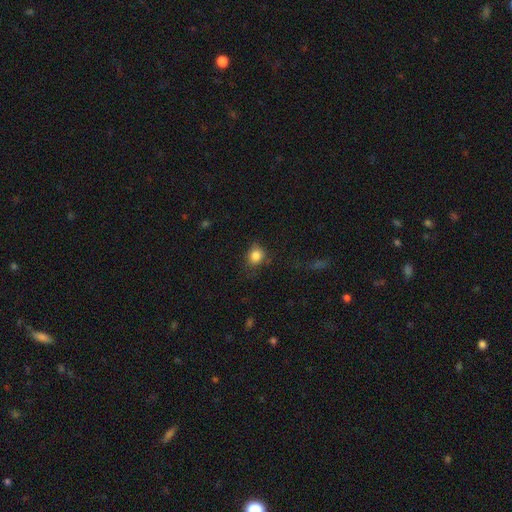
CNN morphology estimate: Smooth or featured: smooth — 83% (star or artifact — 11%)
How rounded: round — 72% (in between — 27%)
Merging: none — 73% (minor disturbance — 19%)